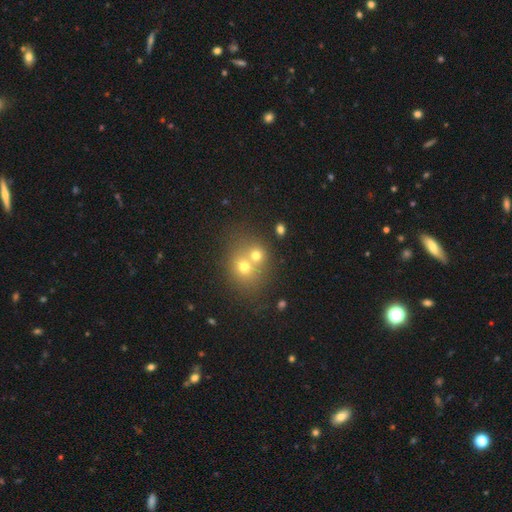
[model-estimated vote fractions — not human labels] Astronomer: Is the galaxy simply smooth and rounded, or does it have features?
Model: smooth — 66%.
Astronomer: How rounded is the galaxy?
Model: round — 70%.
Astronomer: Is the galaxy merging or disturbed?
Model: merger — 57% (runner-up: none, 34%).